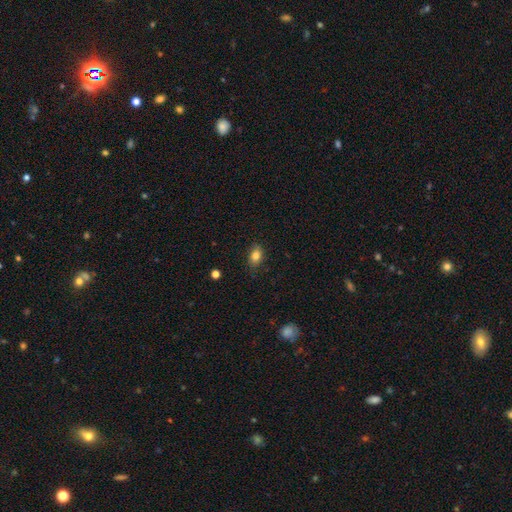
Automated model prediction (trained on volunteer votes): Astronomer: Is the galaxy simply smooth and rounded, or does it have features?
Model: smooth — 81%.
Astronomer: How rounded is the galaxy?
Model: in between — 80%.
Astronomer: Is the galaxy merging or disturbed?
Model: none — 82%.